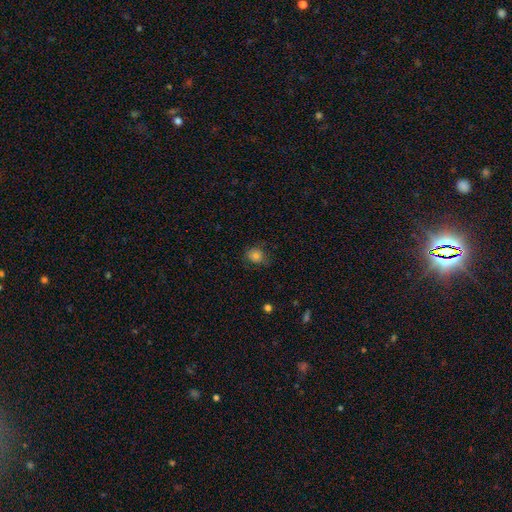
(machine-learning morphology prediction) Smooth or featured: smooth — 80% (star or artifact — 11%)
How rounded: round — 68% (in between — 31%)
Merging: none — 73% (minor disturbance — 20%)